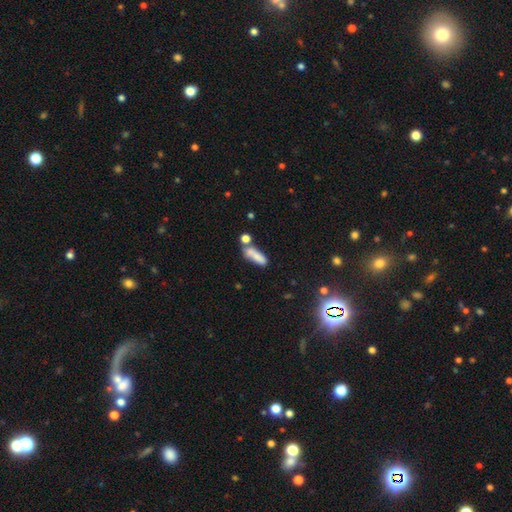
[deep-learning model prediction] Smooth or featured? smooth (72%)
How rounded? in between (49%)
Merging? none (38%)